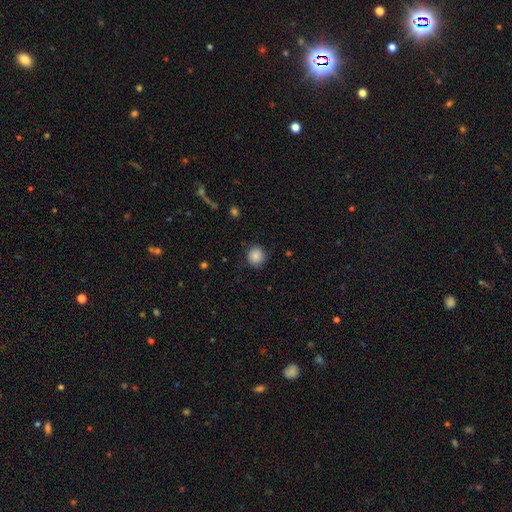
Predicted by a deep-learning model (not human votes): Smooth or featured?
  - smooth: 86% *
  - star or artifact: 9%
  - featured or disk: 5%
How rounded?
  - round: 89% *
  - in between: 10%
  - cigar-shaped: 1%
Merging?
  - none: 86% *
  - minor disturbance: 11%
  - major disturbance: 3%
  - merger: 1%